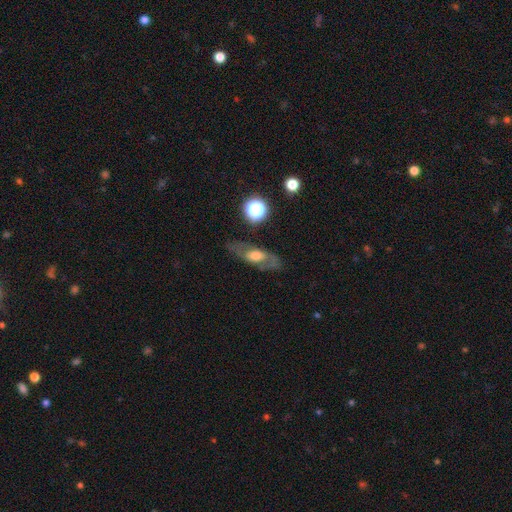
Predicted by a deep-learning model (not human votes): Smooth or featured? featured or disk (58%)
Edge-on disk? no (71%)
Merging? none (69%)